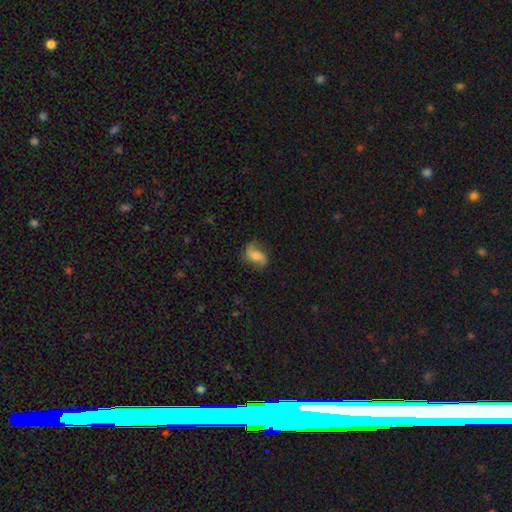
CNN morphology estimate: featured or disk 65%, smooth 27%, star or artifact 8%. Down the decision tree: edge-on disk — no (96%); bar — no (52%); spiral arms — yes (93%); spiral arm count — 2 (87%); spiral winding — loose (68%); bulge size — moderate (43%); merging — none (71%).